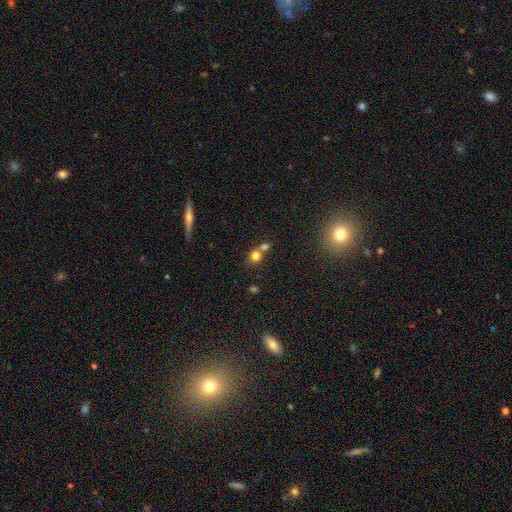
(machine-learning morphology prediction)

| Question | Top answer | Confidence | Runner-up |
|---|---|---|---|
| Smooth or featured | smooth | 75% | star or artifact (13%) |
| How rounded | round | 72% | in between (26%) |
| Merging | merger | 52% | none (37%) |